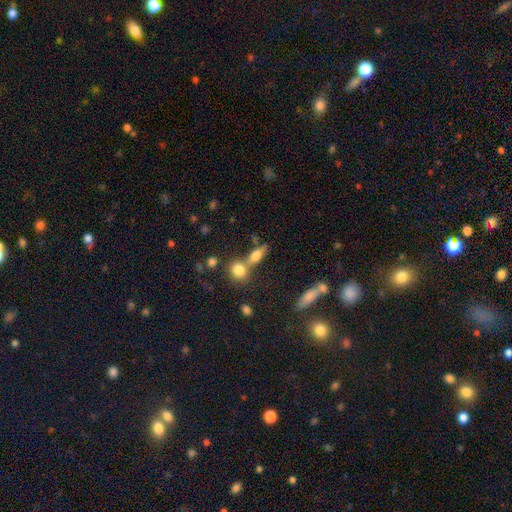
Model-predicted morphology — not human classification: A smooth galaxy with no disk features (68%) that is in between round and cigar-shaped (56%).

Vote fractions:
- Smooth or featured? smooth: 68% / featured or disk: 21% / star or artifact: 11%
- How rounded? in between: 56% / cigar-shaped: 29% / round: 16%
- Merging? none: 48% / merger: 36% / minor disturbance: 11% / major disturbance: 5%